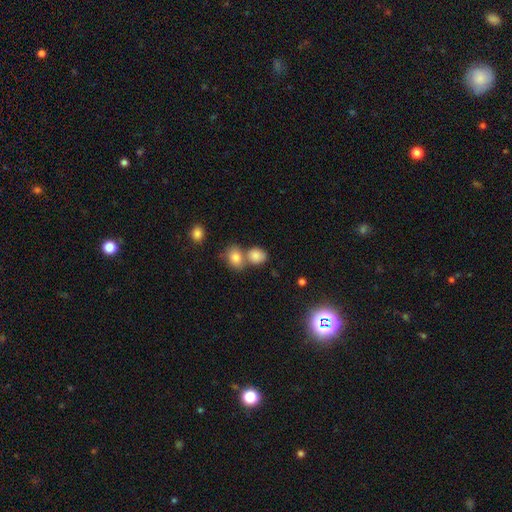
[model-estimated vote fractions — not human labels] The model was most divided on "merging": none: 45%, merger: 41%, minor disturbance: 10%, major disturbance: 4%. More confident: smooth or featured — smooth (83%); how rounded — round (51%).